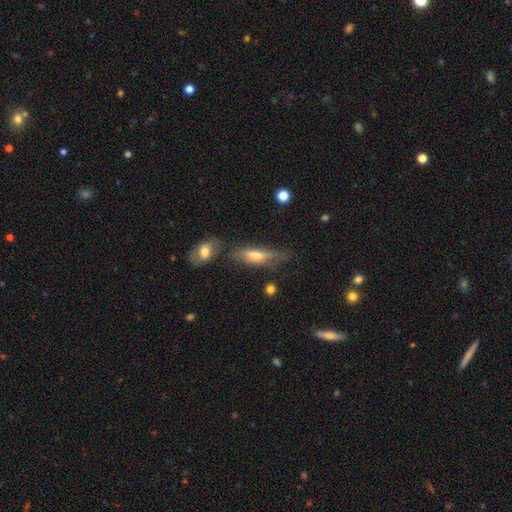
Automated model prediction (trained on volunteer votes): Smooth or featured?
  - smooth: 52% *
  - featured or disk: 40%
  - star or artifact: 8%
How rounded?
  - cigar-shaped: 55% *
  - in between: 42%
  - round: 3%
Merging?
  - none: 54% *
  - minor disturbance: 25%
  - merger: 11%
  - major disturbance: 10%